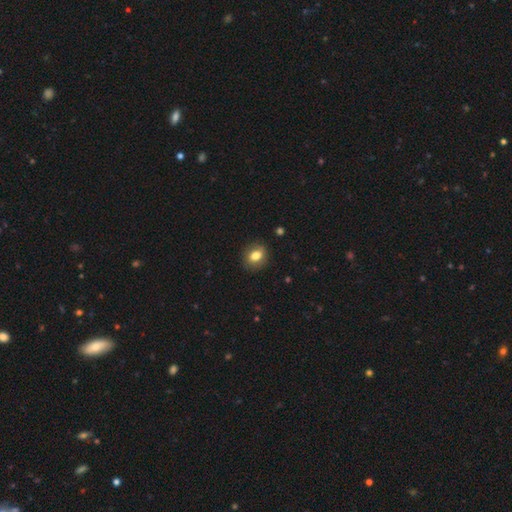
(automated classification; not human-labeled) The model was most divided on "how rounded": round: 50%, in between: 49%, cigar-shaped: 1%. More confident: merging — none (86%); smooth or featured — smooth (78%).